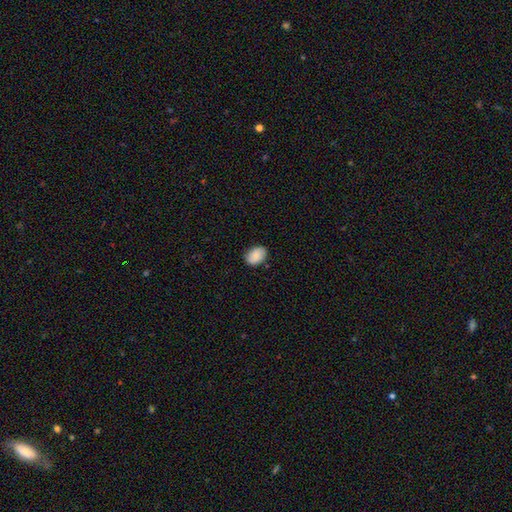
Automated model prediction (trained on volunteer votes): Overall: smooth (87%). How rounded: in between (81%). Merging: none (83%).